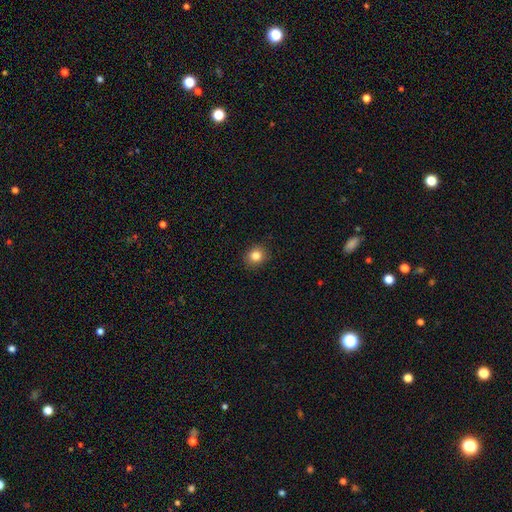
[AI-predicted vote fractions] Overall: smooth (84%). How rounded: round (79%). Merging: none (89%).